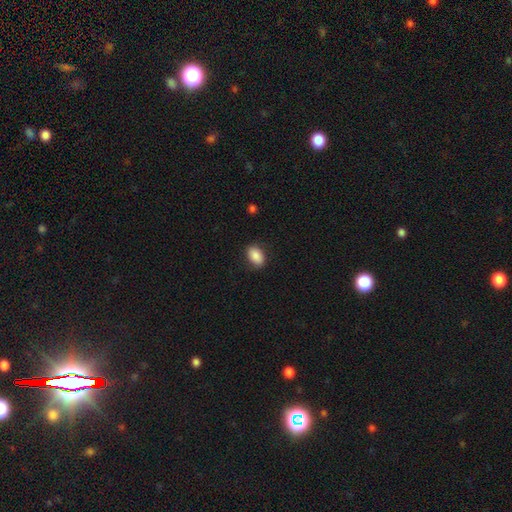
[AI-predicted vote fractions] This is clearly a smooth galaxy (88%). How rounded: clearly in between (88%). Merging: clearly none (85%).